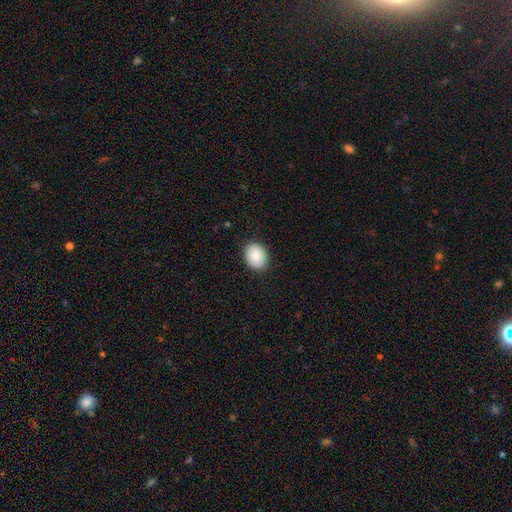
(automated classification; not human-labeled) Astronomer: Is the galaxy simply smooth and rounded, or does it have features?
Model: smooth — 89%.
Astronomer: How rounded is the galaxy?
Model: in between — 58% (runner-up: round, 41%).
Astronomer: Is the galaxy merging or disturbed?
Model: none — 89%.